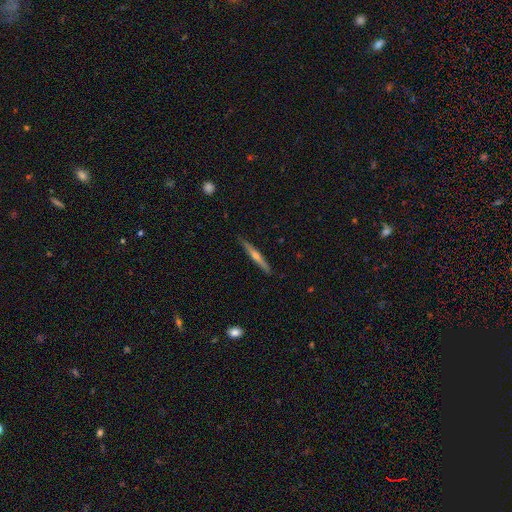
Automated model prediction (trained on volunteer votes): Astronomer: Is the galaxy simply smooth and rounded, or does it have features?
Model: featured or disk — 63%.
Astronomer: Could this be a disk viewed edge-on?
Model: yes — 98%.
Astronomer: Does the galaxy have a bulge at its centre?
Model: rounded — 79%.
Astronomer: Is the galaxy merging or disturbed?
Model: none — 90%.